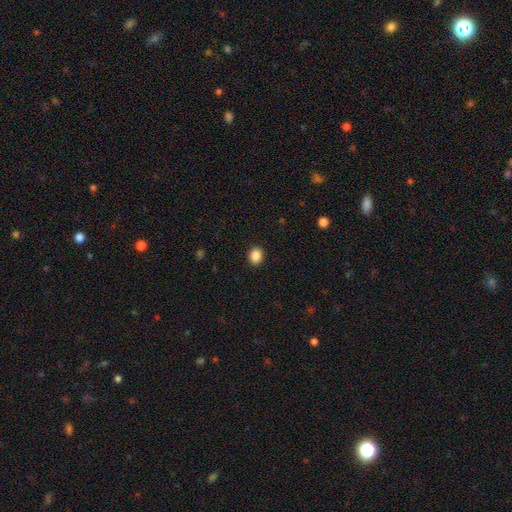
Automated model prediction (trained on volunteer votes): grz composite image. It shows a smooth galaxy with no disk features (88%) that is round (60%). Merging: none (91%).